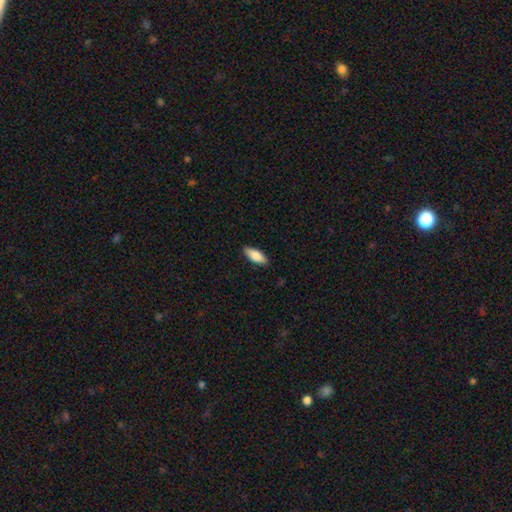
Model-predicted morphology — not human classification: The model was most divided on "how rounded": in between: 72%, cigar-shaped: 26%, round: 2%. More confident: merging — none (88%); smooth or featured — smooth (82%).